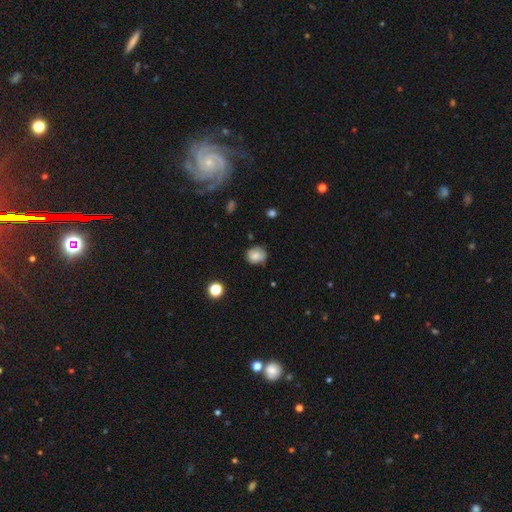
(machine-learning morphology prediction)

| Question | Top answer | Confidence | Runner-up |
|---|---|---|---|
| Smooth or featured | smooth | 78% | featured or disk (12%) |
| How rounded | round | 73% | in between (27%) |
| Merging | none | 76% | minor disturbance (19%) |